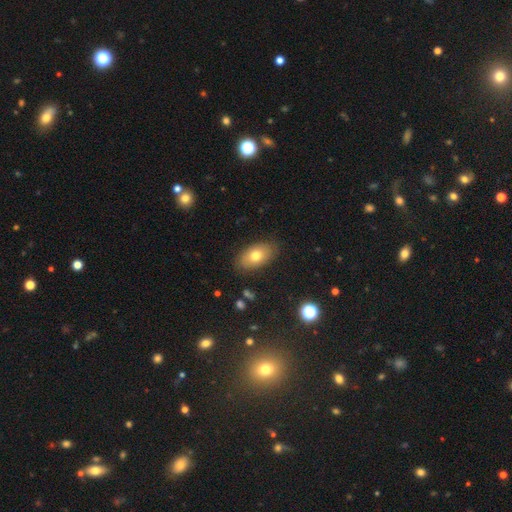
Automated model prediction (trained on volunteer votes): This appears to be a smooth galaxy with no disk features (72%) that is in between round and cigar-shaped (91%). Merging: none (83%).